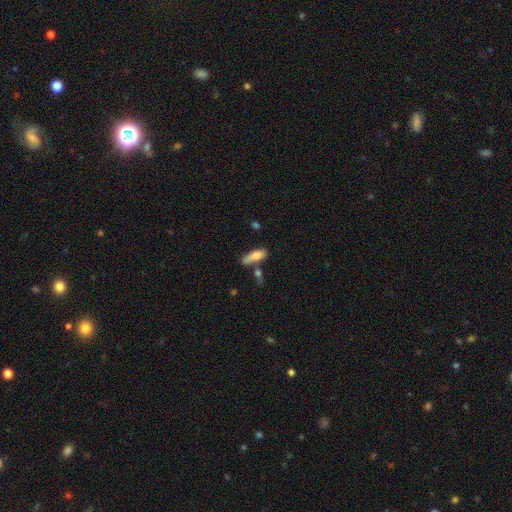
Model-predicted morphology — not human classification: smooth_or_featured: smooth (p=0.76) [alt: featured or disk p=0.17]
how_rounded: in between (p=0.56) [alt: cigar-shaped p=0.42]
merging: none (p=0.47) [alt: merger p=0.23]